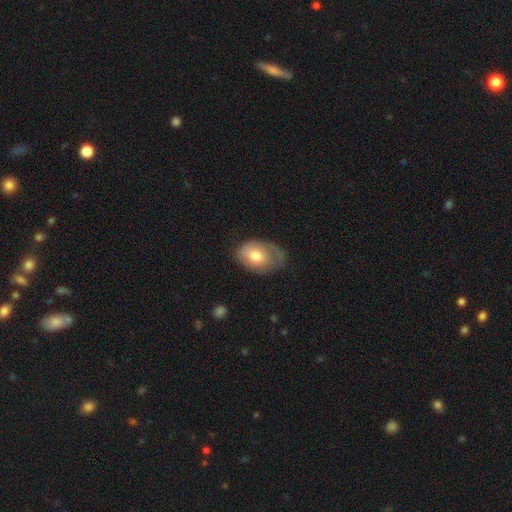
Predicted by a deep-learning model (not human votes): smooth-or-featured: smooth: 61% | featured or disk: 32% | star or artifact: 7%
  how-rounded: in between: 82% | round: 17% | cigar-shaped: 1%
  merging: none: 46% | minor disturbance: 34% | major disturbance: 18% | merger: 2%